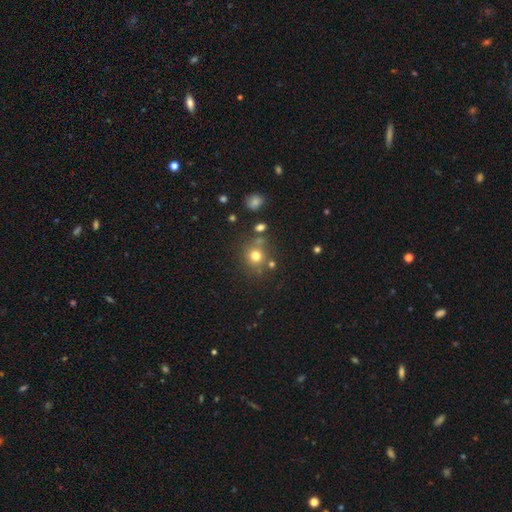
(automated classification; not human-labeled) Smooth or featured?
  - smooth: 74% *
  - star or artifact: 17%
  - featured or disk: 10%
How rounded?
  - round: 87% *
  - in between: 12%
  - cigar-shaped: 1%
Merging?
  - none: 74% *
  - merger: 11%
  - minor disturbance: 10%
  - major disturbance: 4%